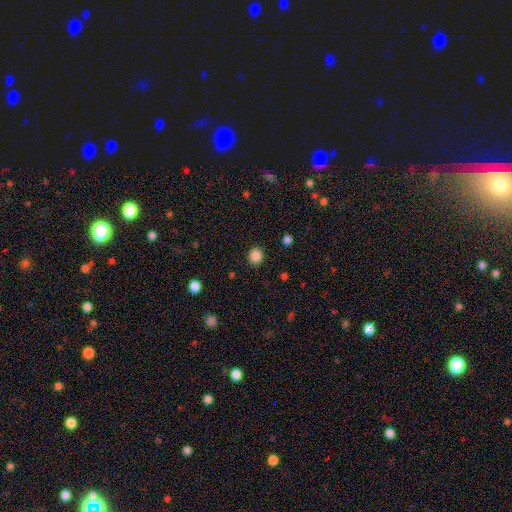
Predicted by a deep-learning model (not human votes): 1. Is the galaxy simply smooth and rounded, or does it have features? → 86% smooth, 10% star or artifact, 3% featured or disk.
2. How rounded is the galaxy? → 77% round, 22% in between, 1% cigar-shaped.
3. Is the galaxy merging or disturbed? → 90% none, 7% minor disturbance, 2% major disturbance, 1% merger.